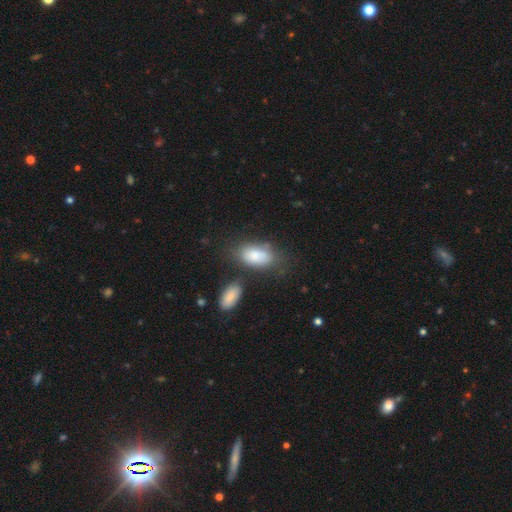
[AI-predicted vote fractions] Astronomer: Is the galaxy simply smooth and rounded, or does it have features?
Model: smooth — 82%.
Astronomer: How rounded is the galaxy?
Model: in between — 92%.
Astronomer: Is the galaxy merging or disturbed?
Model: none — 56%.